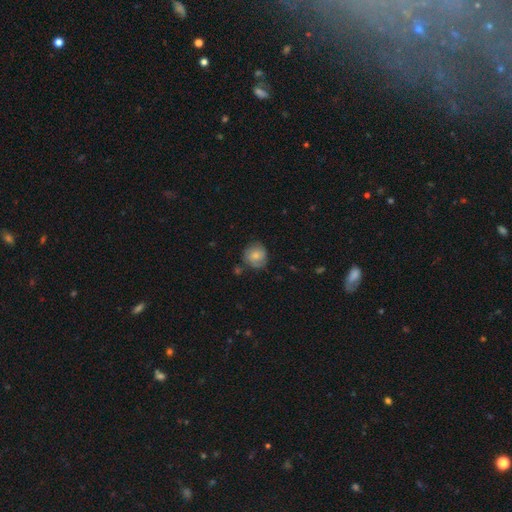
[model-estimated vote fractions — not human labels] Morphology: type=smooth (64%); roundness=round (87%); merging=none (67%).